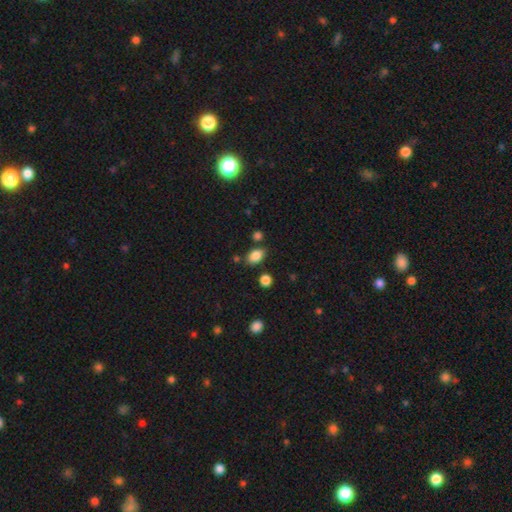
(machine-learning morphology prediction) Smooth or featured? smooth (84%)
How rounded? in between (80%)
Merging? none (76%)